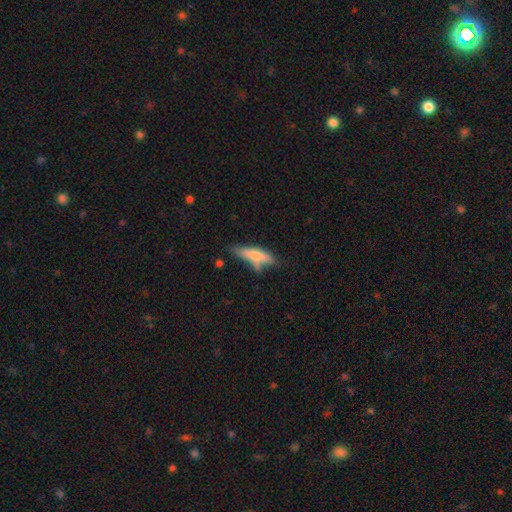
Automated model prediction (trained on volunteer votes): smooth-or-featured: smooth: 66% | featured or disk: 27% | star or artifact: 7%
  how-rounded: cigar-shaped: 73% | in between: 25% | round: 2%
  merging: none: 53% | minor disturbance: 23% | merger: 14% | major disturbance: 9%